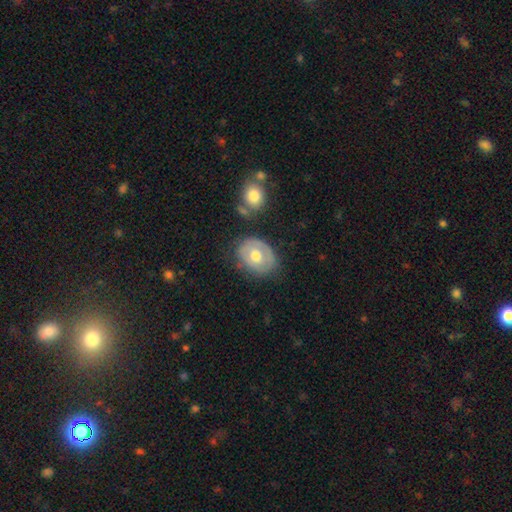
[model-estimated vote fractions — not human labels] Smooth or featured? Predicted: featured or disk (p=0.46). Merging? Predicted: none (p=0.76).